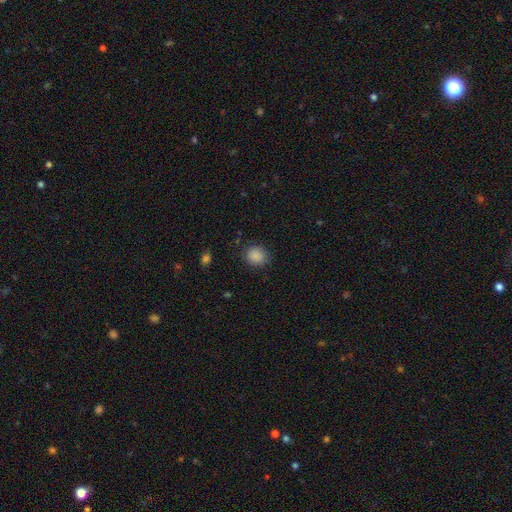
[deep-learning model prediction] Overall: smooth (87%). How rounded: round (80%). Merging: none (86%).